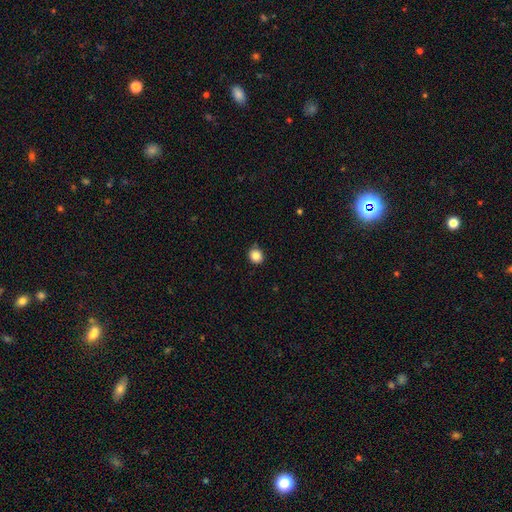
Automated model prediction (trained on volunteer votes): Overall: smooth (85%). How rounded: round (83%). Merging: none (86%).